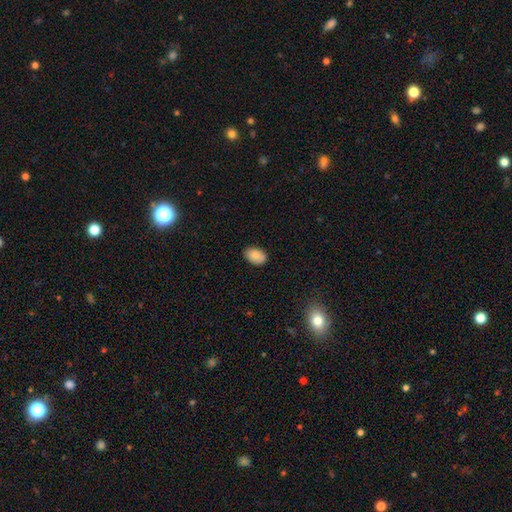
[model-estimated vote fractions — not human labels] Smooth or featured? smooth (85%)
How rounded? in between (87%)
Merging? none (83%)